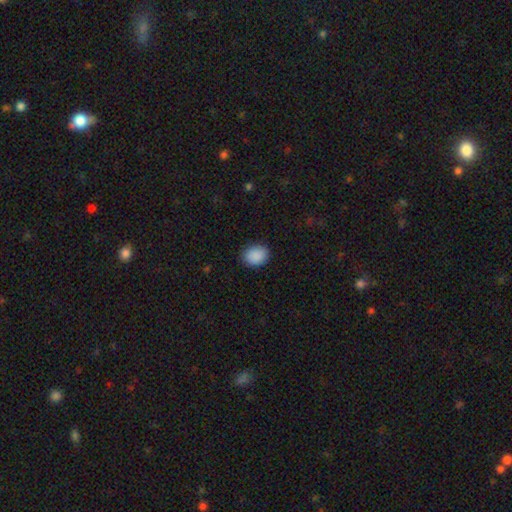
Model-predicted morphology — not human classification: Smooth or featured?
  - smooth: 90% *
  - star or artifact: 8%
  - featured or disk: 2%
How rounded?
  - in between: 53% *
  - round: 46%
  - cigar-shaped: 1%
Merging?
  - none: 88% *
  - minor disturbance: 9%
  - major disturbance: 2%
  - merger: 1%